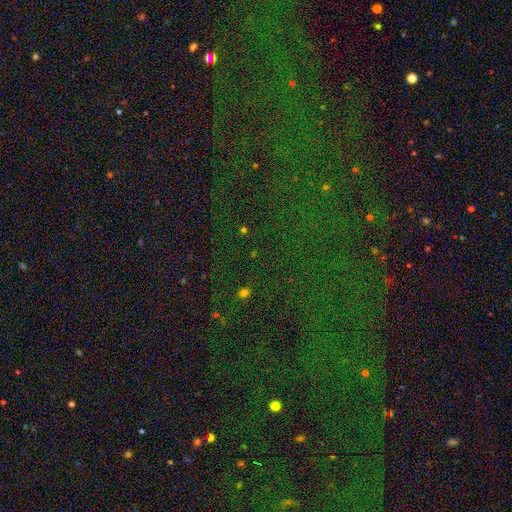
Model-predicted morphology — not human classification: Smooth or featured? Predicted: star or artifact (p=0.81).